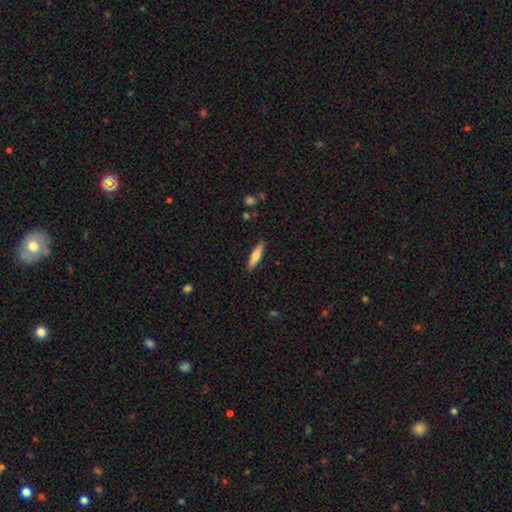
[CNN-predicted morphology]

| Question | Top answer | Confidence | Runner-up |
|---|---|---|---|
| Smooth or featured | smooth | 68% | featured or disk (26%) |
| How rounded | cigar-shaped | 76% | in between (22%) |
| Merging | none | 89% | minor disturbance (8%) |